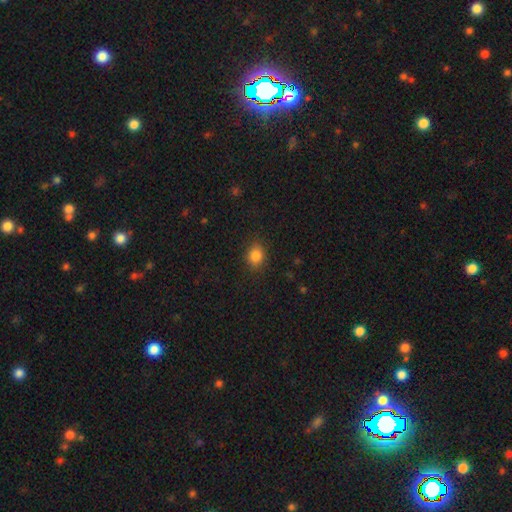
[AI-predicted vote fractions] Morphology: type=smooth (85%); roundness=round (57%); merging=none (87%).